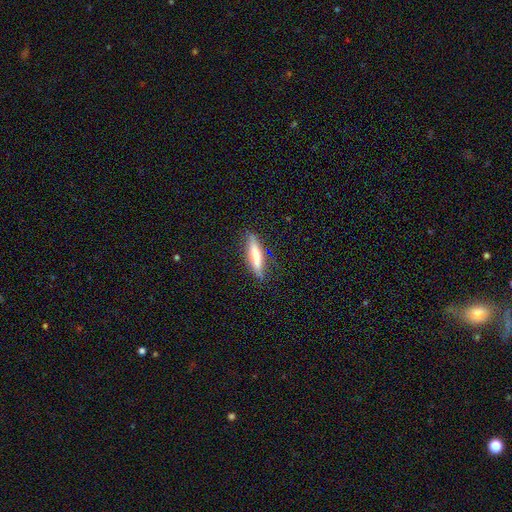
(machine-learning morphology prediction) smooth 58%, featured or disk 36%, star or artifact 7%. Down the decision tree: how rounded — cigar-shaped (75%); merging — none (79%).